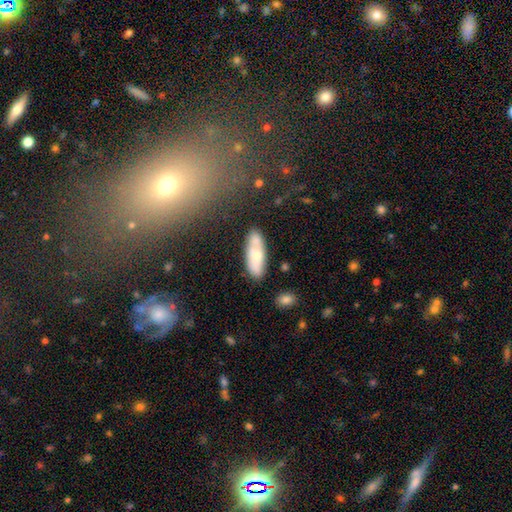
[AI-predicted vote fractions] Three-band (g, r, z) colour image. It shows a smooth galaxy with no disk features (61%) that is in between round and cigar-shaped (61%). Merging: none (69%).